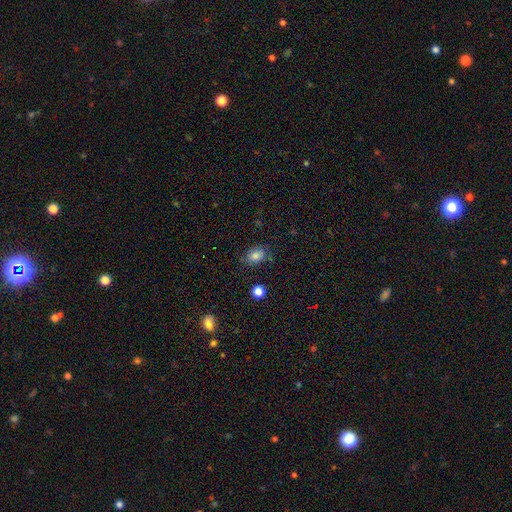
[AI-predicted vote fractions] Smooth or featured? smooth (79%)
How rounded? in between (73%)
Merging? none (74%)